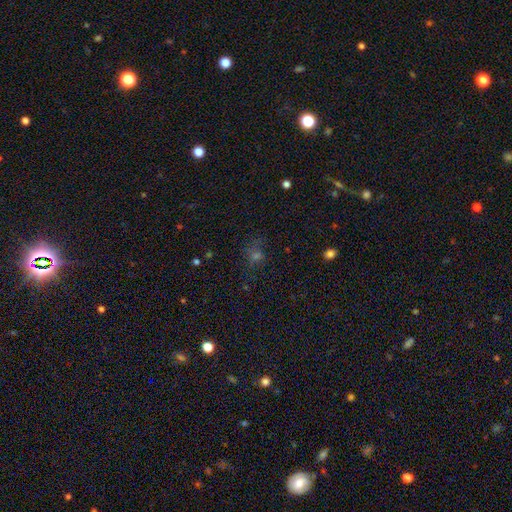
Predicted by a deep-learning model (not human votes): A star or artifact, not a galaxy (43%).

Vote fractions:
- Smooth or featured? star or artifact: 43% / smooth: 42% / featured or disk: 15%